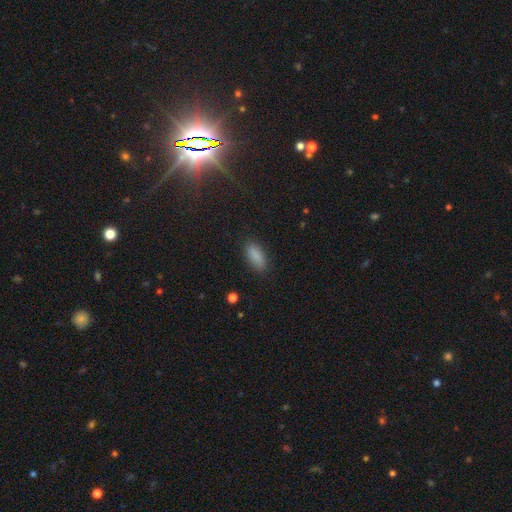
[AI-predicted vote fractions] Q: Smooth or featured?
A: smooth (87%); runner-up: star or artifact (8%)
Q: How rounded?
A: in between (82%); runner-up: cigar-shaped (16%)
Q: Merging?
A: none (84%); runner-up: minor disturbance (12%)